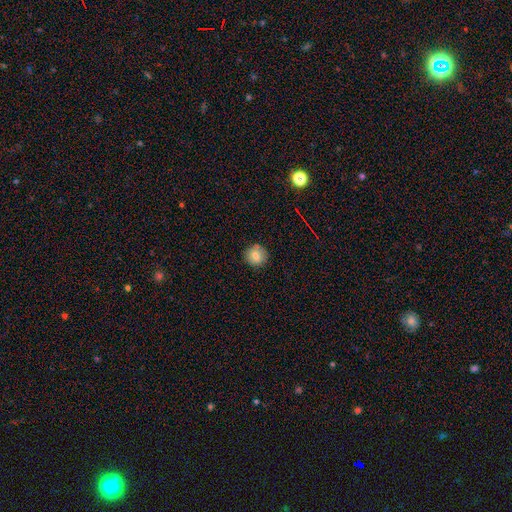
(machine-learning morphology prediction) Smooth or featured: smooth — 76% (featured or disk — 13%)
How rounded: round — 93% (in between — 6%)
Merging: none — 89% (minor disturbance — 8%)